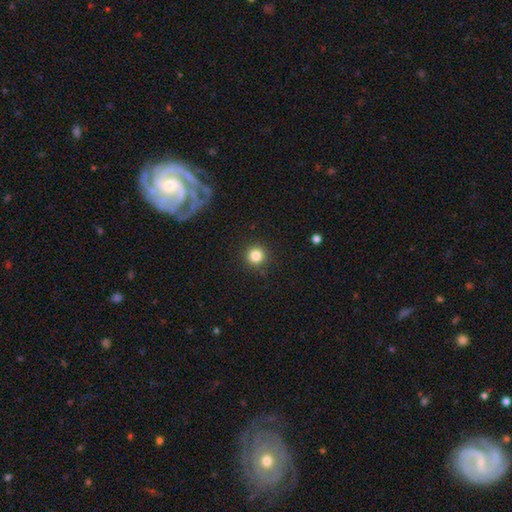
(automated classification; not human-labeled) A smooth galaxy with no disk features (83%) that is round (95%). Merging: none (91%).